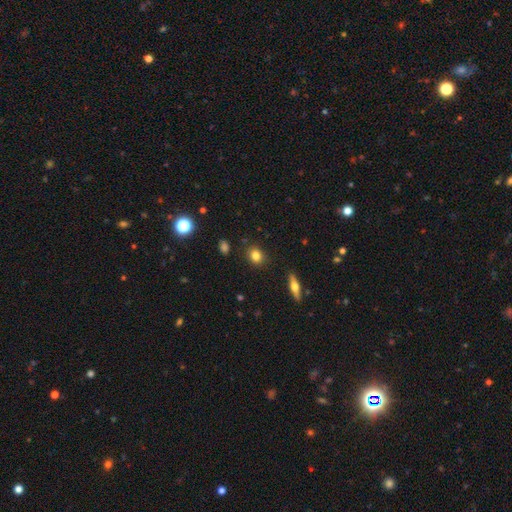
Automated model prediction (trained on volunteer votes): A smooth galaxy with no disk features (82%) that is round (64%).

Vote fractions:
- Smooth or featured? smooth: 82% / star or artifact: 10% / featured or disk: 8%
- How rounded? round: 64% / in between: 34% / cigar-shaped: 2%
- Merging? none: 88% / minor disturbance: 8% / major disturbance: 2% / merger: 2%